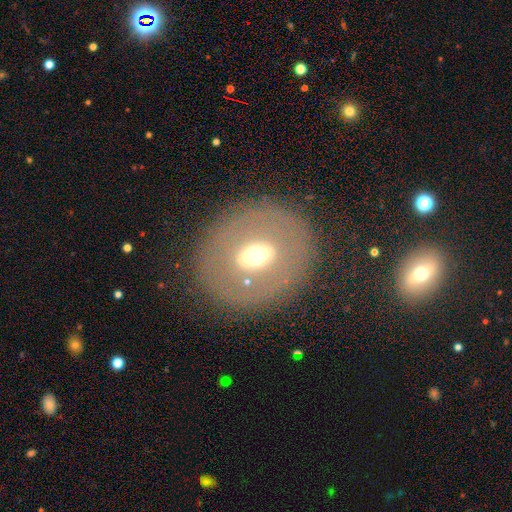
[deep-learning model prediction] This appears to be a featured or disk galaxy (55%). Merging: none (83%).